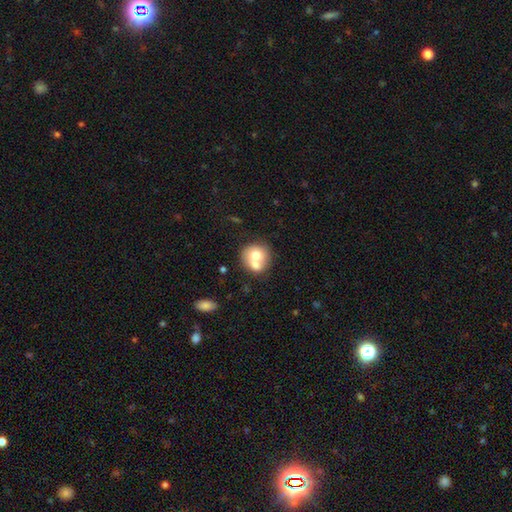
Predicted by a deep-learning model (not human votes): Smooth or featured?
  - smooth: 67% *
  - featured or disk: 25%
  - star or artifact: 8%
How rounded?
  - round: 81% *
  - in between: 18%
  - cigar-shaped: 1%
Merging?
  - merger: 52% *
  - none: 35%
  - minor disturbance: 9%
  - major disturbance: 3%